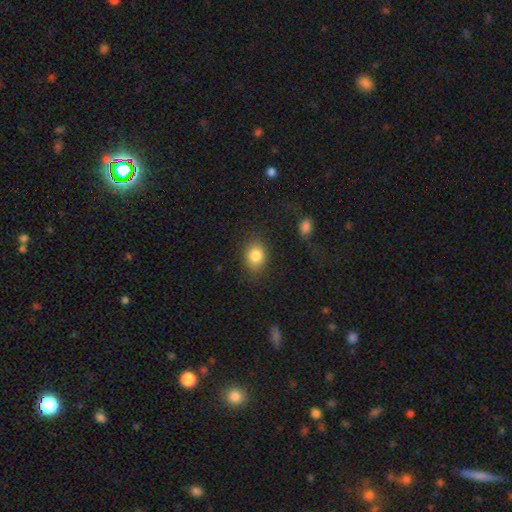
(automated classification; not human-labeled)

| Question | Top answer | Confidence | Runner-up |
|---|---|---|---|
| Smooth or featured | smooth | 83% | star or artifact (9%) |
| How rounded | in between | 55% | round (44%) |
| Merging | none | 80% | minor disturbance (14%) |